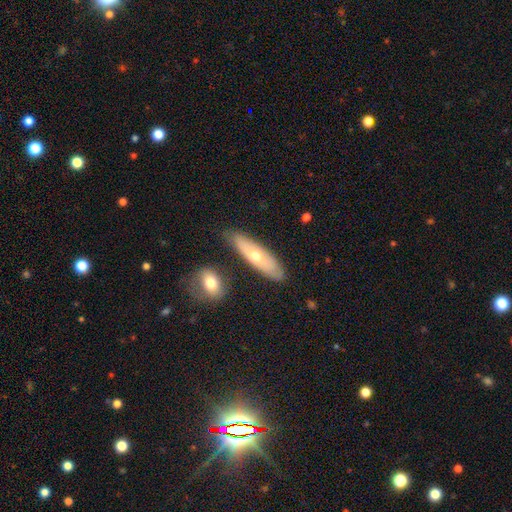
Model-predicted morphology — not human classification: This is possibly a smooth galaxy (56%). How rounded: possibly cigar-shaped (58%). Merging: likely none (79%).